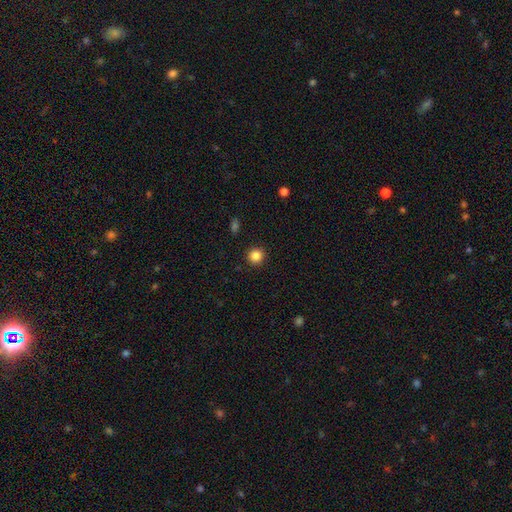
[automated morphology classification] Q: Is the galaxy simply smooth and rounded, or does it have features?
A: smooth — 85%.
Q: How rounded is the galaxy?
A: round — 94%.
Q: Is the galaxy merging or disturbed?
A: none — 92%.